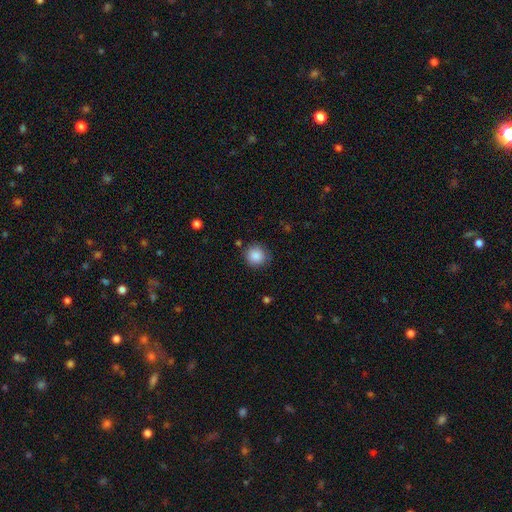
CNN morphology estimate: A smooth galaxy with no disk features (87%) that is round (93%). Merging: none (84%).